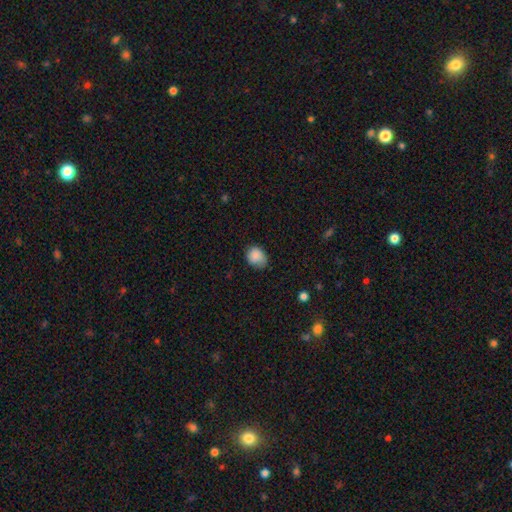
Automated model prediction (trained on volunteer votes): A smooth galaxy with no disk features (85%) that is in between round and cigar-shaped (55%).

Vote fractions:
- Smooth or featured? smooth: 85% / star or artifact: 8% / featured or disk: 6%
- How rounded? in between: 55% / round: 44% / cigar-shaped: 1%
- Merging? none: 60% / minor disturbance: 32% / major disturbance: 6% / merger: 1%